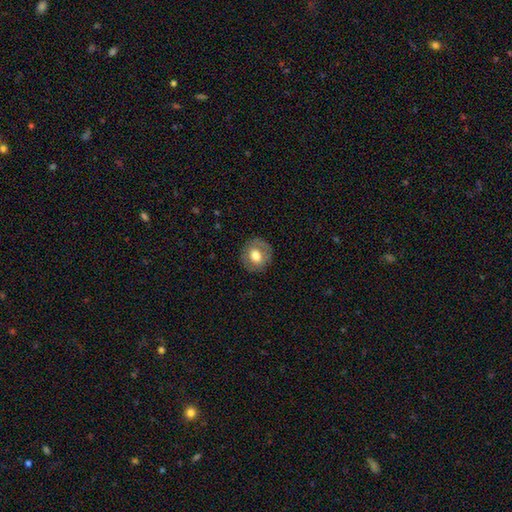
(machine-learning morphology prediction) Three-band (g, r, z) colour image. It shows a smooth galaxy with no disk features (63%) that is round (82%). Merging: none (85%).